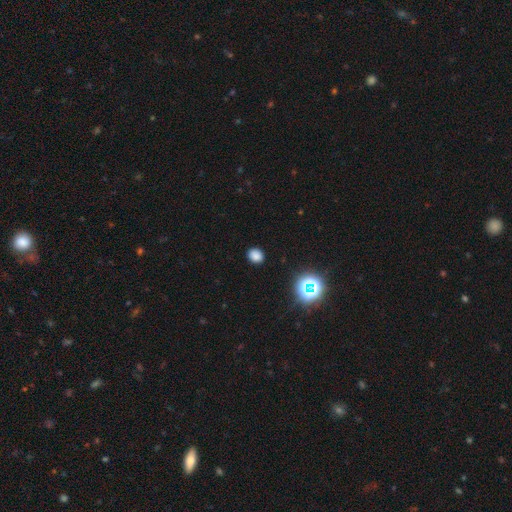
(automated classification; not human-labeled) smooth 78%, star or artifact 18%, featured or disk 5%. Down the decision tree: how rounded — round (62%); merging — none (87%).